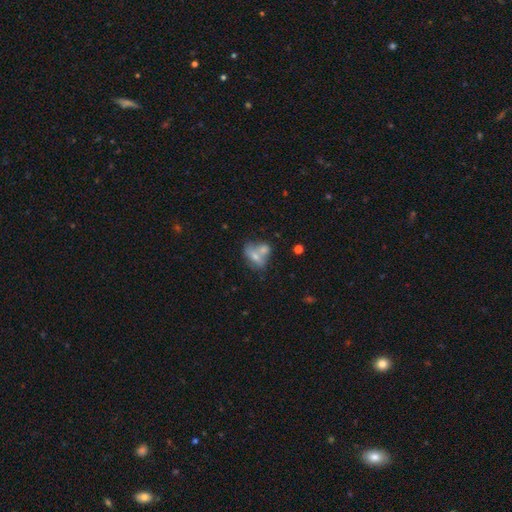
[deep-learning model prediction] This appears to be a smooth galaxy with no disk features (61%) that is in between round and cigar-shaped (73%). Merging: merger (58%).